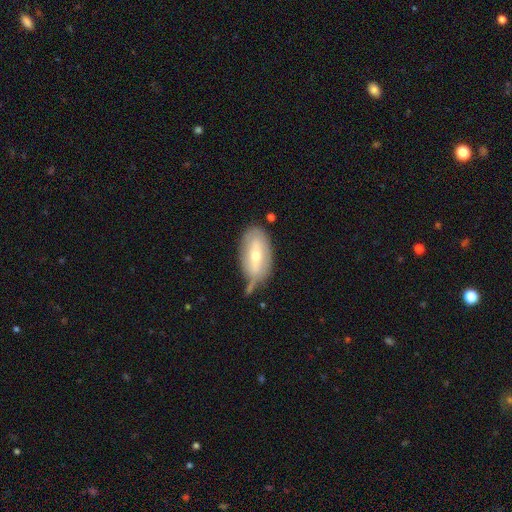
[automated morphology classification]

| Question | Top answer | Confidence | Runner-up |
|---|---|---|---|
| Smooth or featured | smooth | 48% | featured or disk (45%) |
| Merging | none | 51% | minor disturbance (27%) |